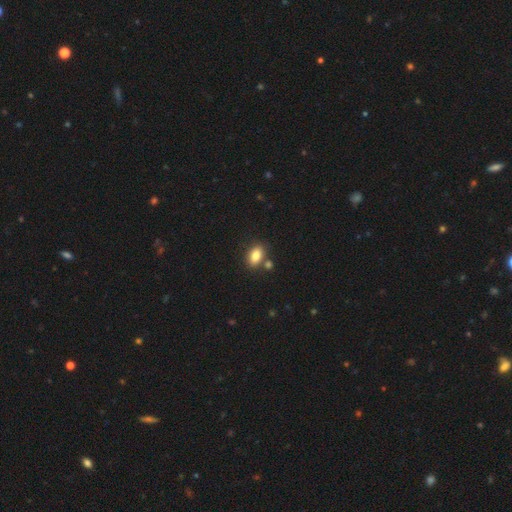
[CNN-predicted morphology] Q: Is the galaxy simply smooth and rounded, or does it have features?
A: smooth — 85%.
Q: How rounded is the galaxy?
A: in between — 87%.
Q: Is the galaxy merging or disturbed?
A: none — 72%.